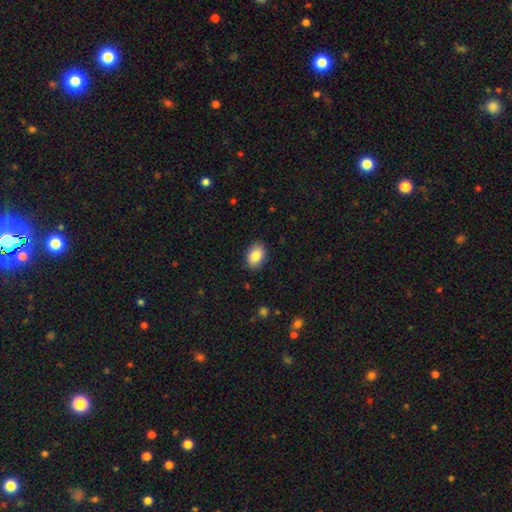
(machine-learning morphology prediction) Smooth or featured: smooth — 85% (featured or disk — 8%)
How rounded: in between — 86% (round — 13%)
Merging: none — 88% (minor disturbance — 9%)